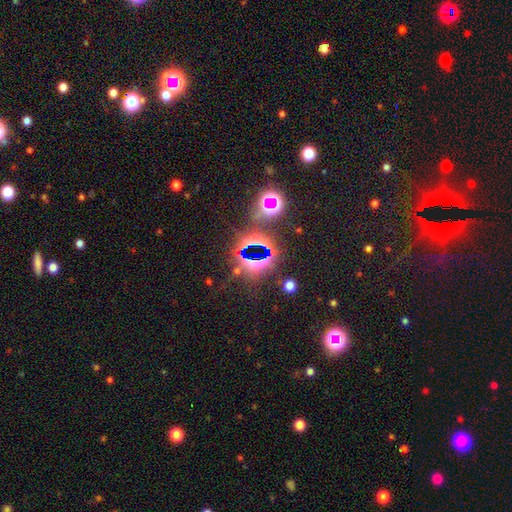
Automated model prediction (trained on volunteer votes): A star or artifact, not a galaxy (69%).